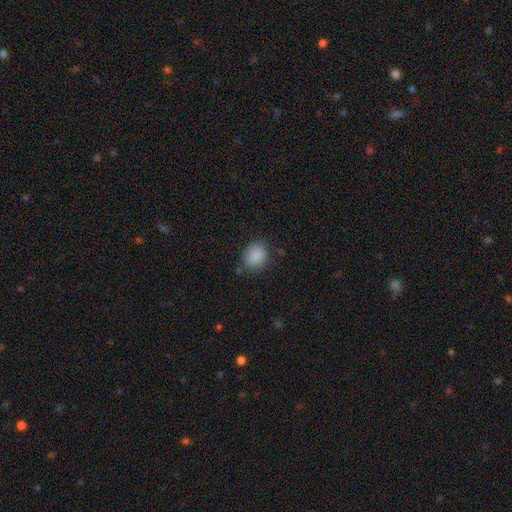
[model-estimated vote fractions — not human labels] Smooth or featured? smooth (87%)
How rounded? round (67%)
Merging? none (76%)